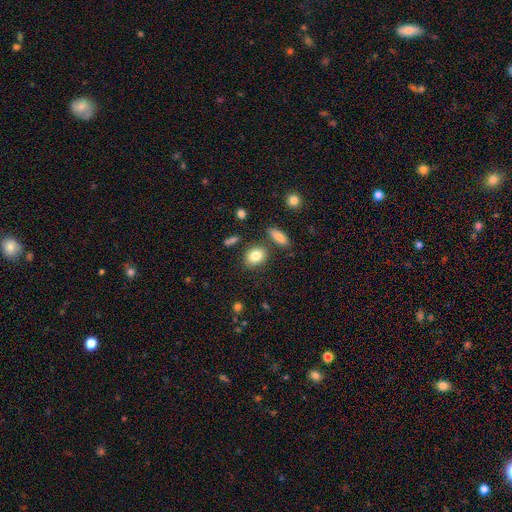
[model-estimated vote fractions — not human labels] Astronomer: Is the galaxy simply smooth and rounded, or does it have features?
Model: smooth — 82%.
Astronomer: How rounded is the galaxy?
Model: in between — 49%, tied with round at 49%.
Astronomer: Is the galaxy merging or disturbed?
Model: none — 77%.